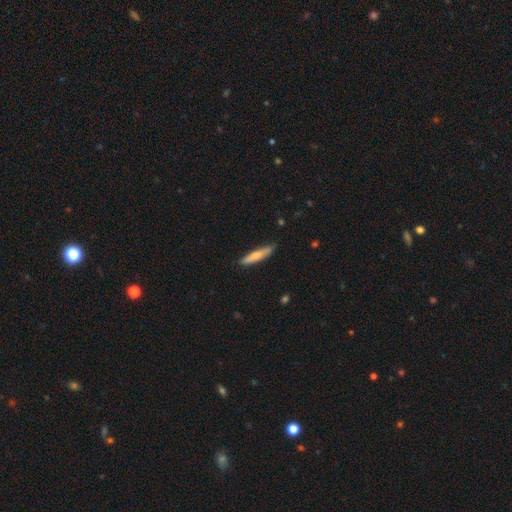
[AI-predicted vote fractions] Overall: smooth (71%). How rounded: cigar-shaped (88%). Merging: none (83%).